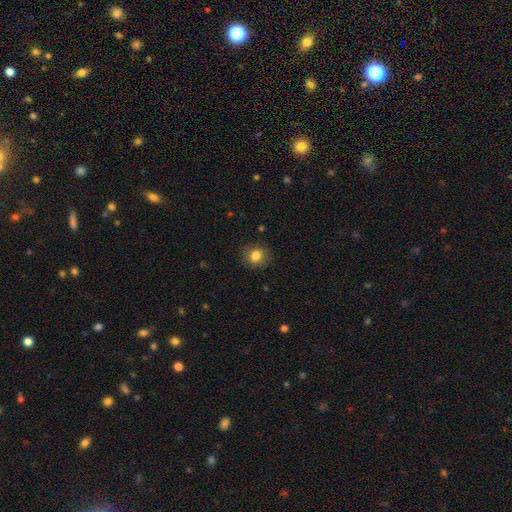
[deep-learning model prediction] Morphology: type=smooth (82%); roundness=round (73%); merging=none (85%).